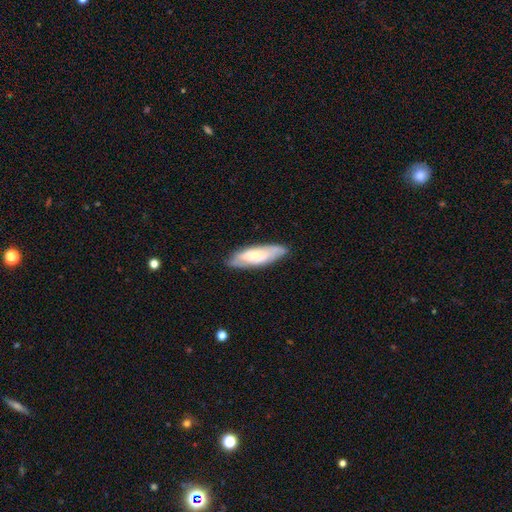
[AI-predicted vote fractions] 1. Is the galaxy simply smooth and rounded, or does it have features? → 50% smooth, 44% featured or disk, 6% star or artifact.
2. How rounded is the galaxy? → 50% in between, 48% cigar-shaped, 2% round.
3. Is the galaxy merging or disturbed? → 79% none, 16% minor disturbance, 3% major disturbance, 1% merger.